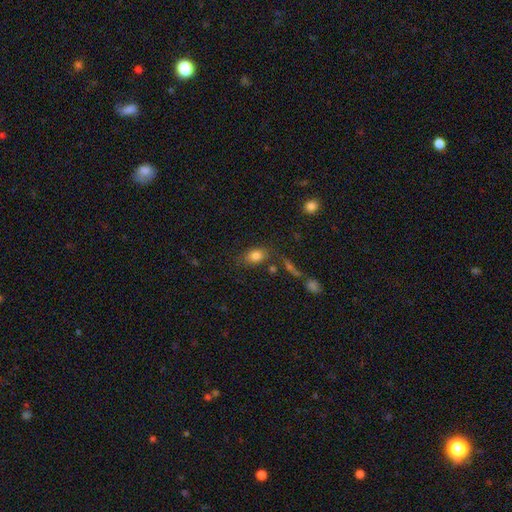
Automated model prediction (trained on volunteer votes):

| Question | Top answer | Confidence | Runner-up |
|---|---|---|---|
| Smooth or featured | smooth | 82% | star or artifact (10%) |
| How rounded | in between | 75% | round (23%) |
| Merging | none | 74% | minor disturbance (14%) |